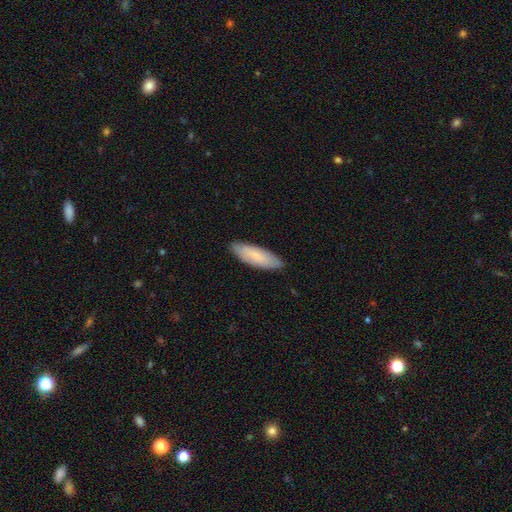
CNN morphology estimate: This is likely a smooth galaxy (79%). How rounded: possibly in between (58%). Merging: clearly none (86%).